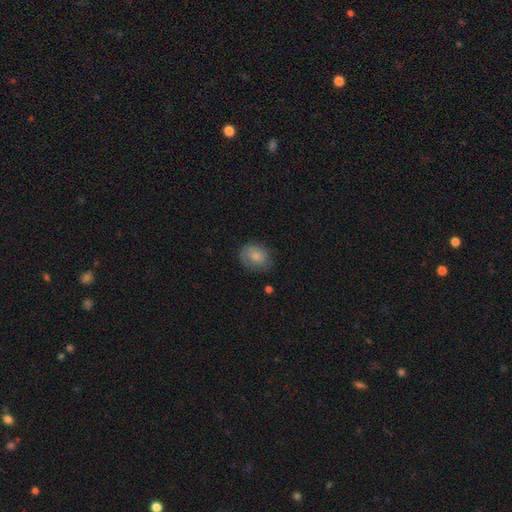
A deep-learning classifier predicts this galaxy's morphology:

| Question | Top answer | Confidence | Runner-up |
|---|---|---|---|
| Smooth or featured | smooth | 76% | featured or disk (16%) |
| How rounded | round | 50% | in between (49%) |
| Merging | none | 68% | minor disturbance (23%) |